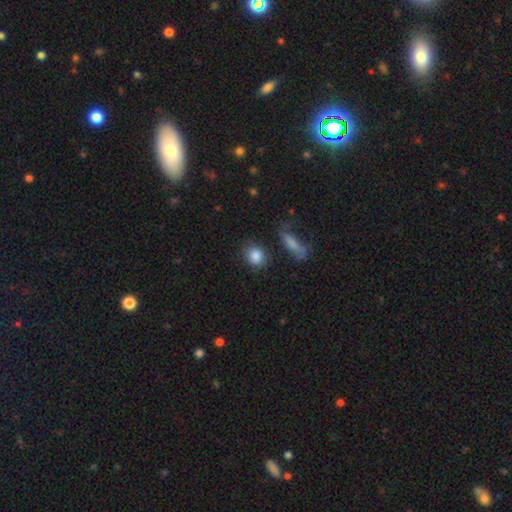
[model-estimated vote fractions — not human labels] smooth 86%, star or artifact 8%, featured or disk 6%. Down the decision tree: how rounded — round (57%); merging — none (78%).